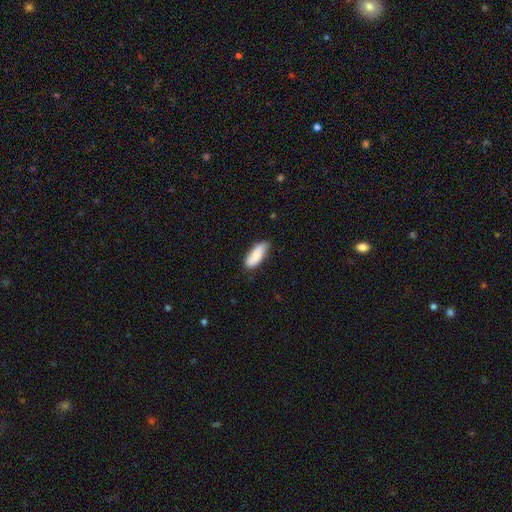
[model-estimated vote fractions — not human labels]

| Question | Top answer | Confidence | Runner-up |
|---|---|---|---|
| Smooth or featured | smooth | 81% | featured or disk (13%) |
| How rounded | in between | 73% | cigar-shaped (25%) |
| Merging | none | 75% | minor disturbance (21%) |